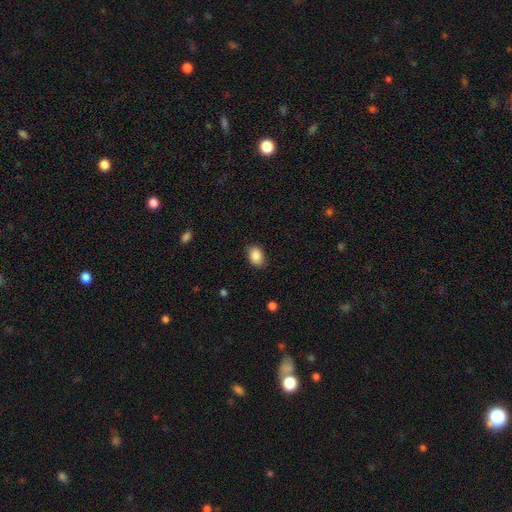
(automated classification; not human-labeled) Overall: smooth (87%). How rounded: in between (78%). Merging: none (81%).